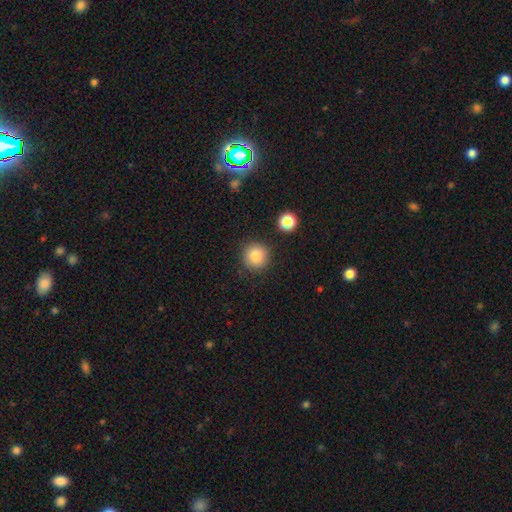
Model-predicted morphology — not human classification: Smooth or featured?
  - smooth: 83% *
  - star or artifact: 11%
  - featured or disk: 6%
How rounded?
  - round: 94% *
  - in between: 5%
  - cigar-shaped: 1%
Merging?
  - none: 87% *
  - minor disturbance: 7%
  - merger: 3%
  - major disturbance: 2%